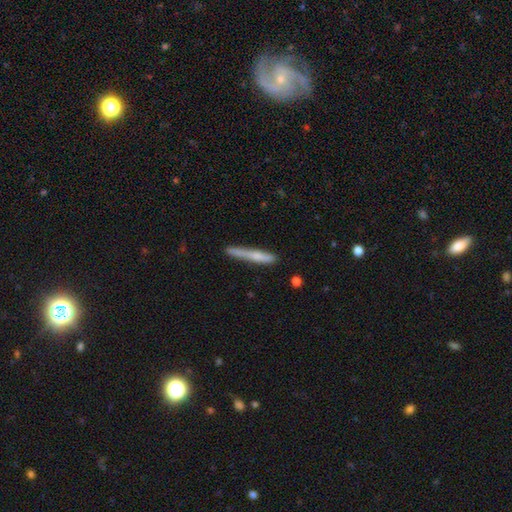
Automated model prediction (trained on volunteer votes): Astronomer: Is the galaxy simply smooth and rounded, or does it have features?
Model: smooth — 59% (runner-up: featured or disk, 35%).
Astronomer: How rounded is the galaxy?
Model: cigar-shaped — 95%.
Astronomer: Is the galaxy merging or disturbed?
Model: none — 75%.